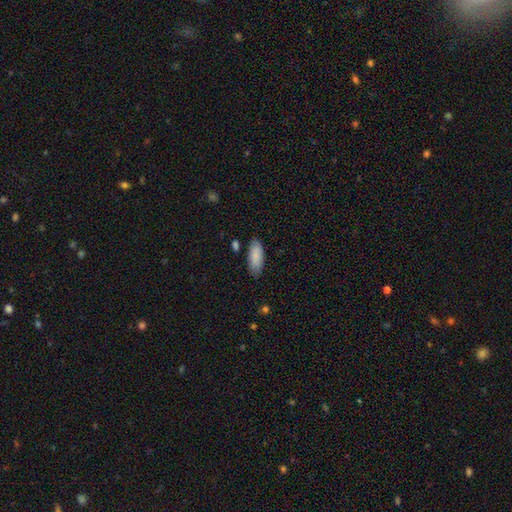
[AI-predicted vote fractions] smooth_or_featured: smooth (p=0.88) [alt: featured or disk p=0.06]
how_rounded: in between (p=0.80) [alt: cigar-shaped p=0.18]
merging: none (p=0.82) [alt: minor disturbance p=0.13]